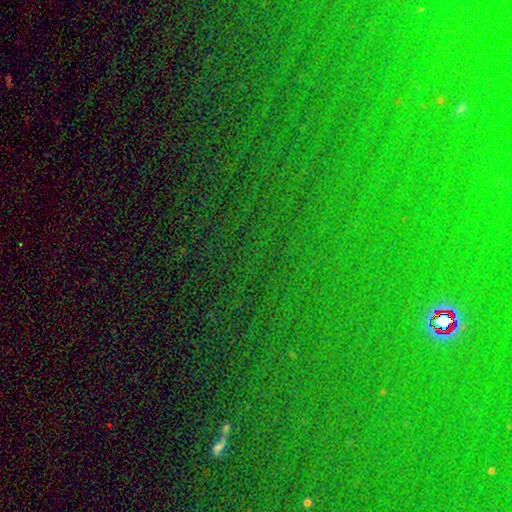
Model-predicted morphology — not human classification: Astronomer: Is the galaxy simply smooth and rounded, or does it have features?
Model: star or artifact — 79%.